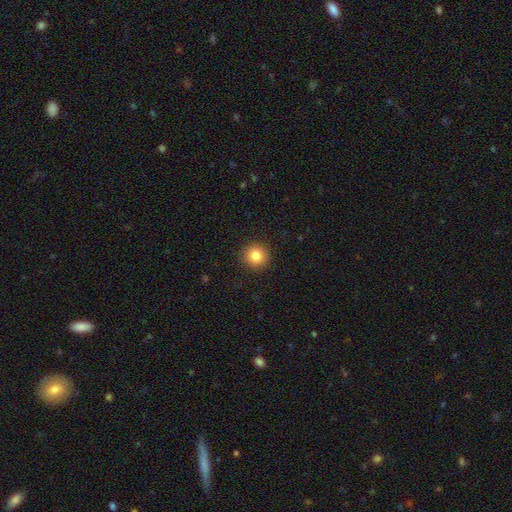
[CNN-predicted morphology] Smooth or featured? Predicted: smooth (p=0.83). How rounded? Predicted: round (p=0.94). Merging? Predicted: none (p=0.92).